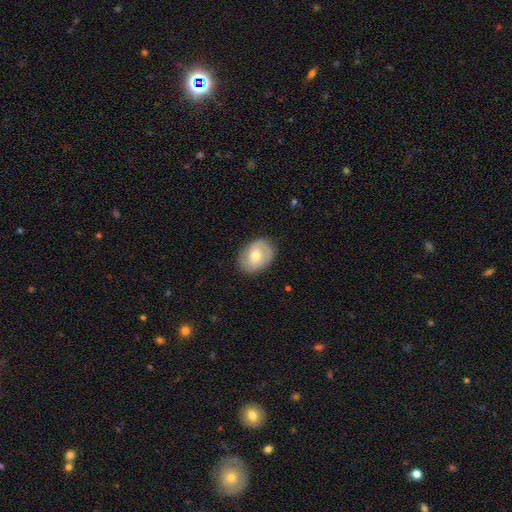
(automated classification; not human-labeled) Smooth or featured? featured or disk (54%)
Edge-on disk? no (96%)
Bar? no (58%)
Spiral arms? yes (74%)
Bulge size? moderate (66%)
Merging? none (79%)